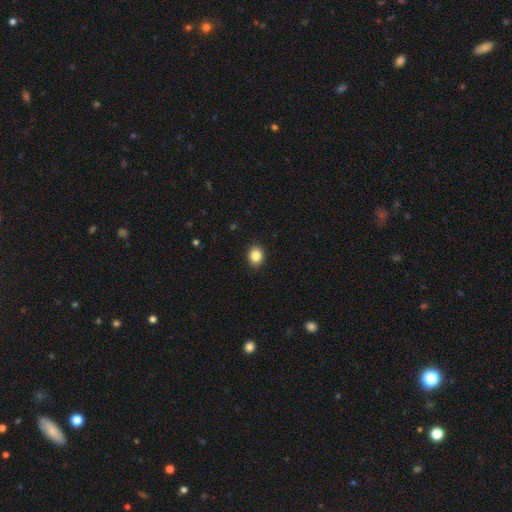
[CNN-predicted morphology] type=smooth (86%); roundness=round (59%); merging=none (90%).